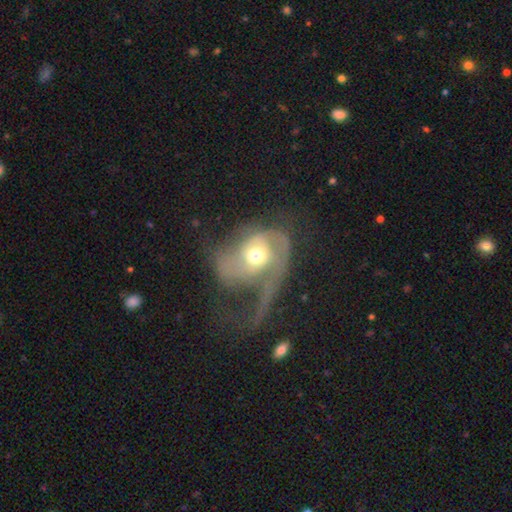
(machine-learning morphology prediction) A featured or disk galaxy (69%) with no bar (74%), spiral arms (71%) and a moderate central bulge (72%). Merging: major disturbance (68%).